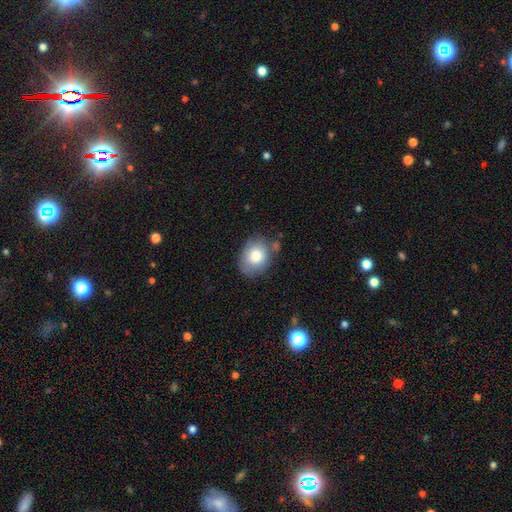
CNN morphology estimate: Smooth or featured? smooth (79%)
How rounded? in between (54%)
Merging? none (71%)